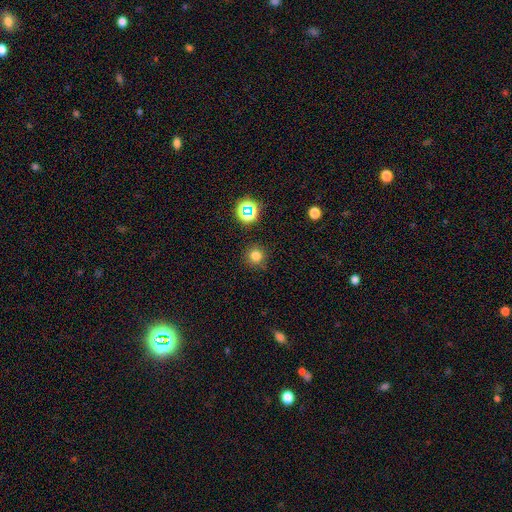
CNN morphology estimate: A smooth galaxy with no disk features (76%) that is round (94%).

Vote fractions:
- Smooth or featured? smooth: 76% / star or artifact: 19% / featured or disk: 6%
- How rounded? round: 94% / in between: 5% / cigar-shaped: 1%
- Merging? none: 86% / minor disturbance: 9% / major disturbance: 3% / merger: 2%